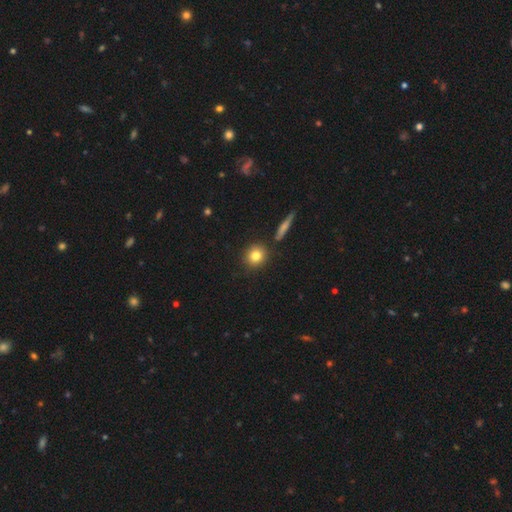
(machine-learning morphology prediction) Q: Smooth or featured?
A: smooth (80%); runner-up: star or artifact (10%)
Q: How rounded?
A: round (85%); runner-up: in between (13%)
Q: Merging?
A: none (85%); runner-up: minor disturbance (8%)